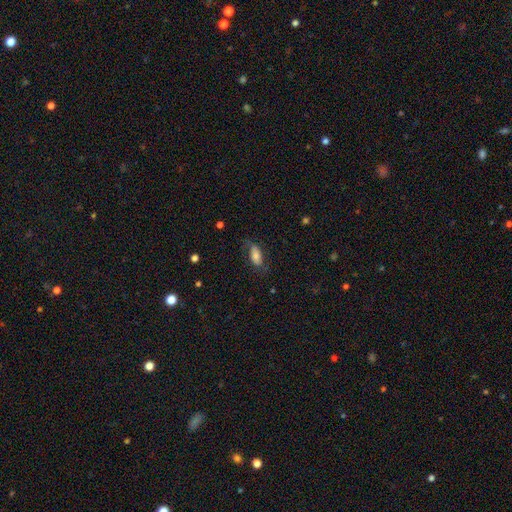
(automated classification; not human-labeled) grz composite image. It shows a smooth galaxy with no disk features (62%) that is in between round and cigar-shaped (87%). Merging: none (62%).